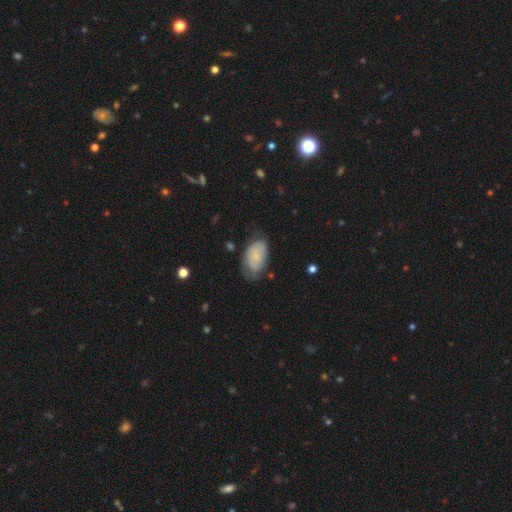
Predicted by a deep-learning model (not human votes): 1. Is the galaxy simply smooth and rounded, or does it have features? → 64% smooth, 28% featured or disk, 7% star or artifact.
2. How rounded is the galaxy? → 92% in between, 7% round, 2% cigar-shaped.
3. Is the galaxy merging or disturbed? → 54% none, 32% minor disturbance, 12% major disturbance, 2% merger.